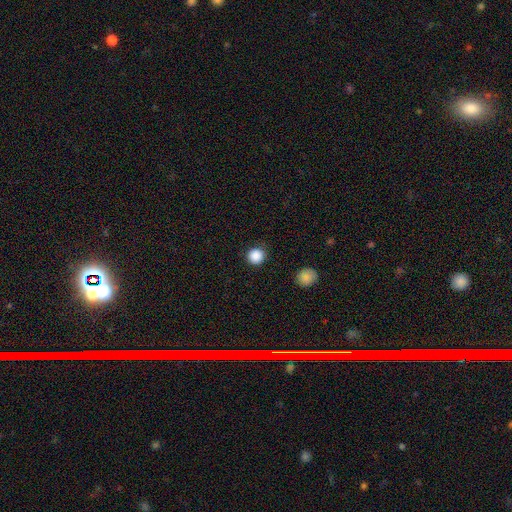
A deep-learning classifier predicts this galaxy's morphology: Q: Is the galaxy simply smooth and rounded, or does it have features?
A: smooth — 88%.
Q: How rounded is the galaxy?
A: round — 95%.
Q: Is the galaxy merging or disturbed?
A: none — 90%.